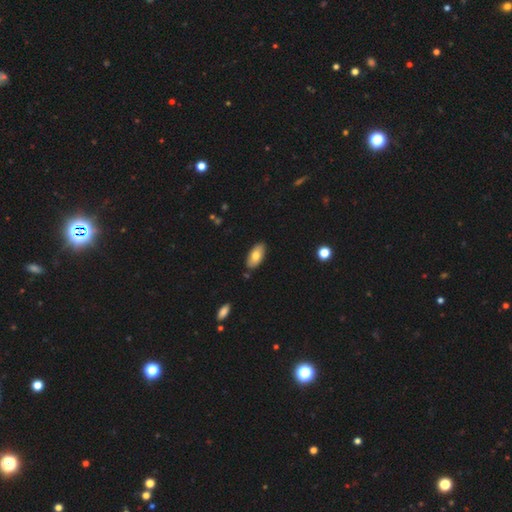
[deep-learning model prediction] Morphology: type=smooth (73%); roundness=in between (92%); merging=none (85%).